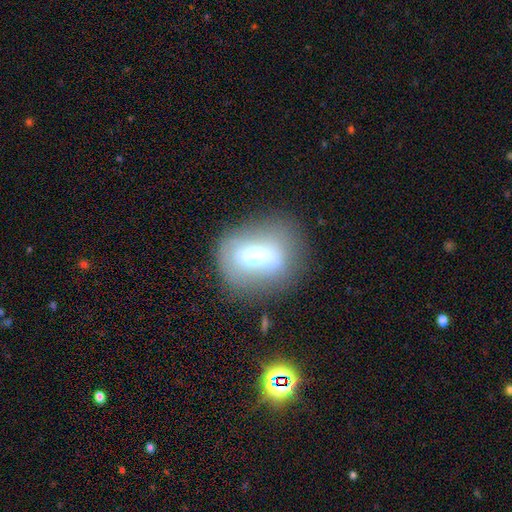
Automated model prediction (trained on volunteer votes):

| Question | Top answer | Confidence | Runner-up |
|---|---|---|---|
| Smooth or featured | smooth | 48% | featured or disk (39%) |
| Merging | none | 61% | minor disturbance (20%) |